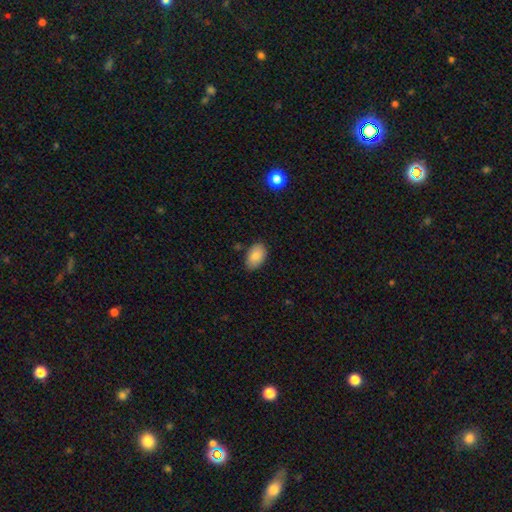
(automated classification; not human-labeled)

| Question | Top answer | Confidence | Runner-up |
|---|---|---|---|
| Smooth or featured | smooth | 85% | featured or disk (8%) |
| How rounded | in between | 91% | round (8%) |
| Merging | none | 82% | minor disturbance (13%) |